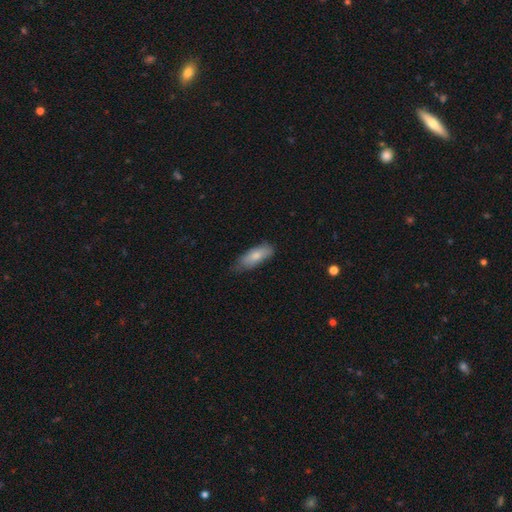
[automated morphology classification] A smooth galaxy with no disk features (78%) that is in between round and cigar-shaped (71%).

Vote fractions:
- Smooth or featured? smooth: 78% / featured or disk: 16% / star or artifact: 6%
- How rounded? in between: 71% / cigar-shaped: 27% / round: 2%
- Merging? none: 61% / minor disturbance: 32% / major disturbance: 6% / merger: 1%